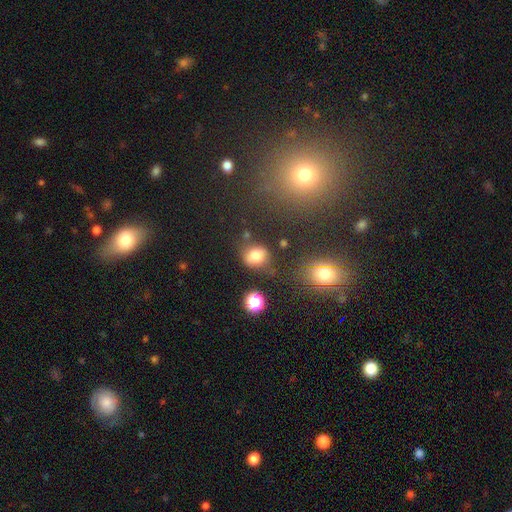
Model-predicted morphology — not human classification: Smooth or featured?
  - smooth: 74% *
  - star or artifact: 15%
  - featured or disk: 12%
How rounded?
  - round: 56% *
  - in between: 43%
  - cigar-shaped: 1%
Merging?
  - none: 57% *
  - minor disturbance: 23%
  - merger: 11%
  - major disturbance: 9%